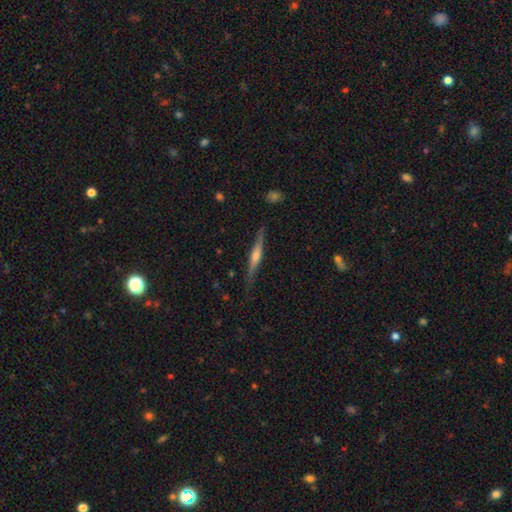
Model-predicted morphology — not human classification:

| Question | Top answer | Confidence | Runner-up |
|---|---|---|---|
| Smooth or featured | featured or disk | 76% | smooth (17%) |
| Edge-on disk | yes | 98% | no (2%) |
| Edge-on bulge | rounded | 81% | boxy (9%) |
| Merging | none | 85% | minor disturbance (11%) |